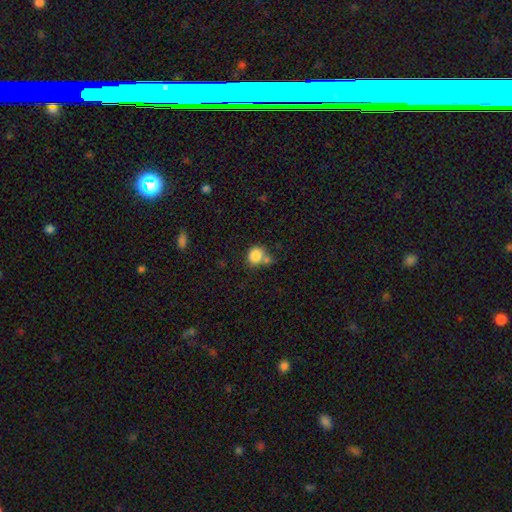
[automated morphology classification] smooth-or-featured: smooth: 84% | star or artifact: 10% | featured or disk: 6%
  how-rounded: round: 77% | in between: 22% | cigar-shaped: 1%
  merging: none: 50% | merger: 28% | minor disturbance: 16% | major disturbance: 6%